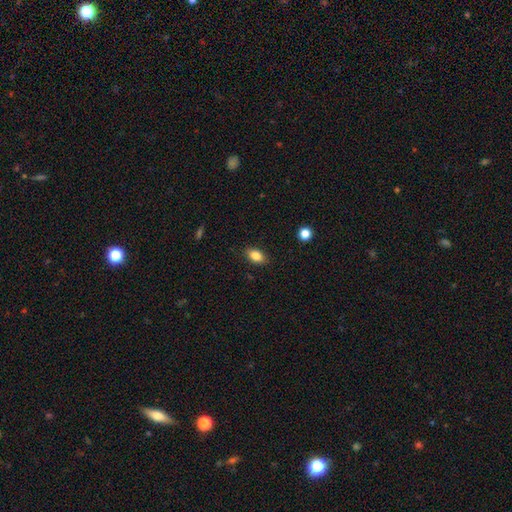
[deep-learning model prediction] Overall: smooth (84%). How rounded: in between (87%). Merging: none (87%).